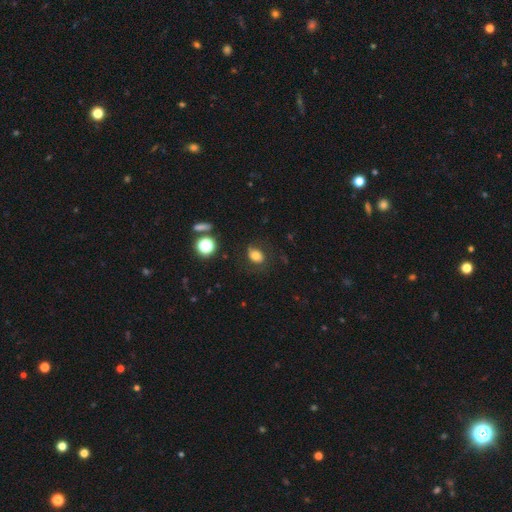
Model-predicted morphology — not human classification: The model was most divided on "how rounded": in between: 62%, round: 37%, cigar-shaped: 1%. More confident: merging — none (67%); smooth or featured — smooth (64%).